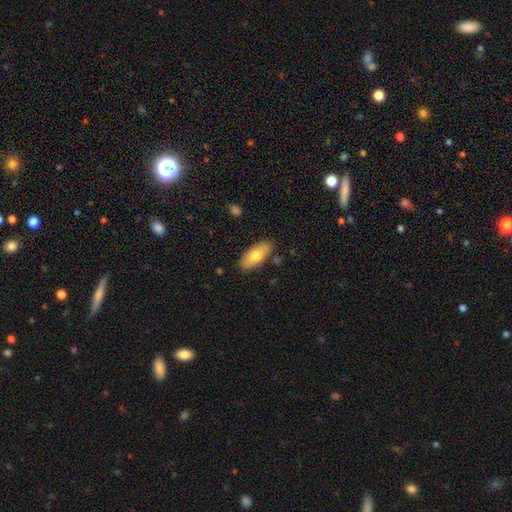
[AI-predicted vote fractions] The model was most divided on "smooth or featured": smooth: 71%, featured or disk: 22%, star or artifact: 6%. More confident: merging — none (84%); how rounded — in between (84%).